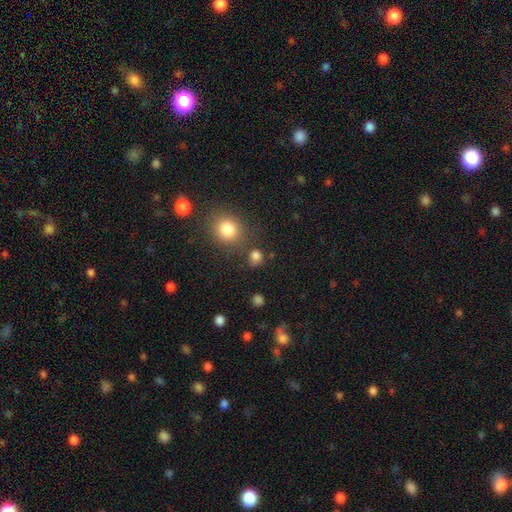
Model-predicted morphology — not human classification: The model was most divided on "how rounded": round: 77%, in between: 21%, cigar-shaped: 1%. More confident: smooth or featured — smooth (80%); merging — none (74%).